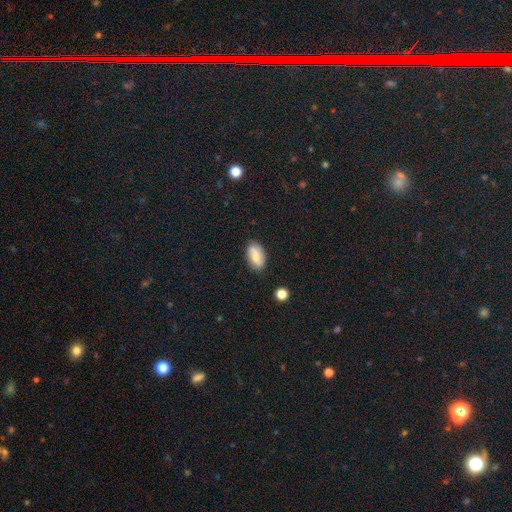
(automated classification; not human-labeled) Smooth or featured?
  - smooth: 64% *
  - featured or disk: 28%
  - star or artifact: 8%
How rounded?
  - in between: 92% *
  - round: 5%
  - cigar-shaped: 3%
Merging?
  - none: 82% *
  - minor disturbance: 13%
  - major disturbance: 3%
  - merger: 2%